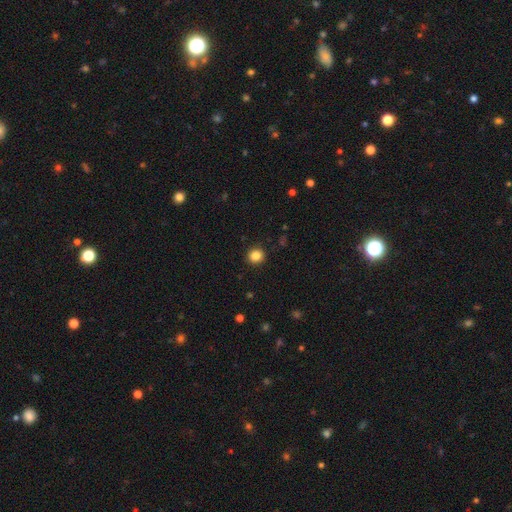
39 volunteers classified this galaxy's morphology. This is clearly a smooth galaxy (95%). How rounded: clearly round (97%). Merging: clearly none (86%).